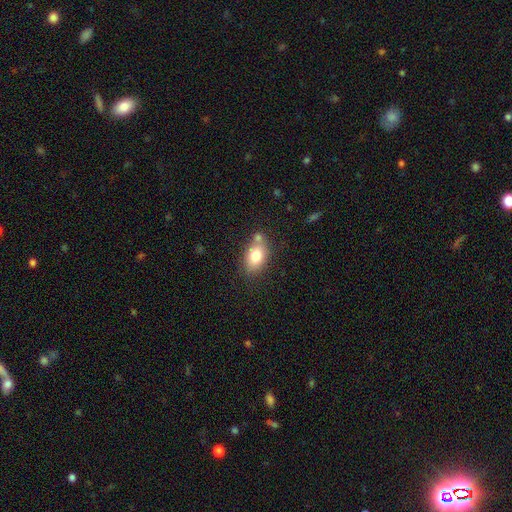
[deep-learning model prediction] Q: Smooth or featured?
A: smooth (78%); runner-up: featured or disk (13%)
Q: How rounded?
A: in between (82%); runner-up: round (16%)
Q: Merging?
A: none (61%); runner-up: merger (18%)